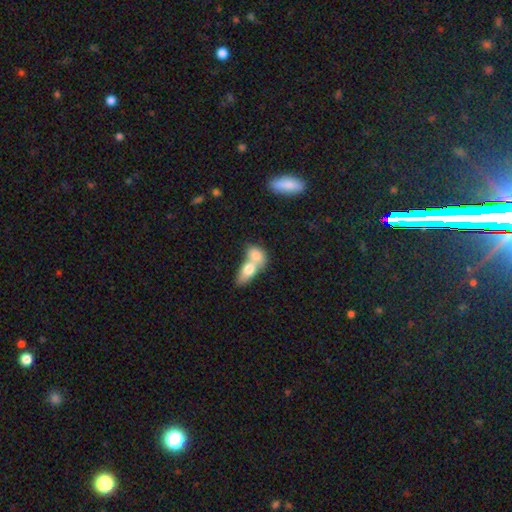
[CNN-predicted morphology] A smooth galaxy with no disk features (76%) that is in between round and cigar-shaped (78%). Merging: merger (77%).